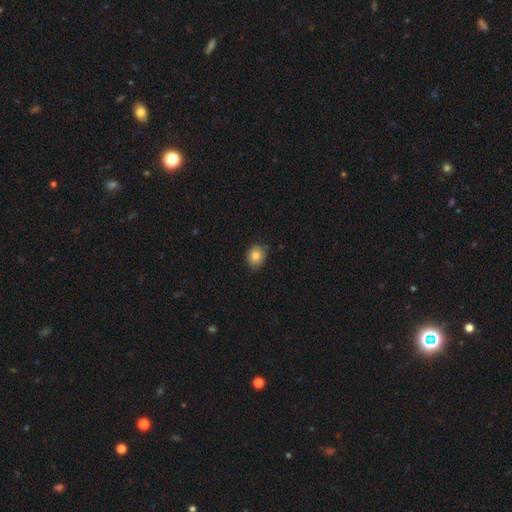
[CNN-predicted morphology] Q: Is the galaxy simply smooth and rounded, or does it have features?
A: smooth — 82%.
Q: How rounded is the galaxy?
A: round — 57%.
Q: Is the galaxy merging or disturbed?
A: none — 82%.